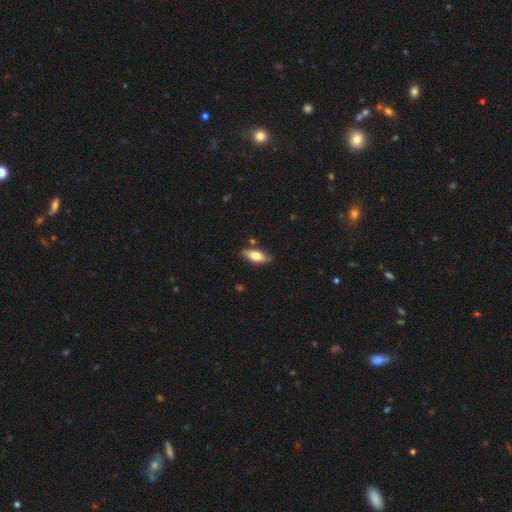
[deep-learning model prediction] smooth_or_featured: smooth (p=0.67) [alt: featured or disk p=0.27]
how_rounded: in between (p=0.75) [alt: cigar-shaped p=0.23]
merging: none (p=0.81) [alt: minor disturbance p=0.13]